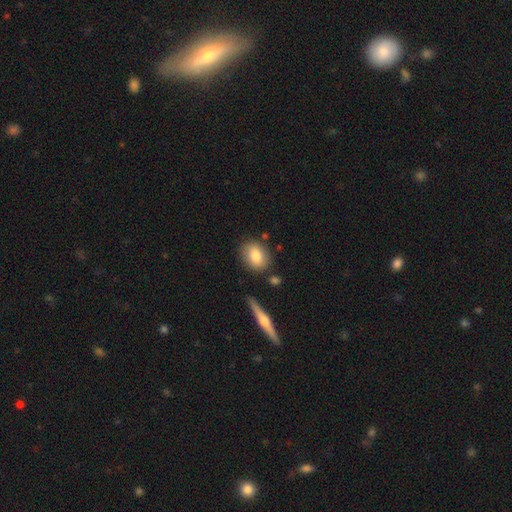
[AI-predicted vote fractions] Smooth or featured: smooth — 81% (featured or disk — 12%)
How rounded: in between — 55% (round — 43%)
Merging: none — 80% (minor disturbance — 12%)